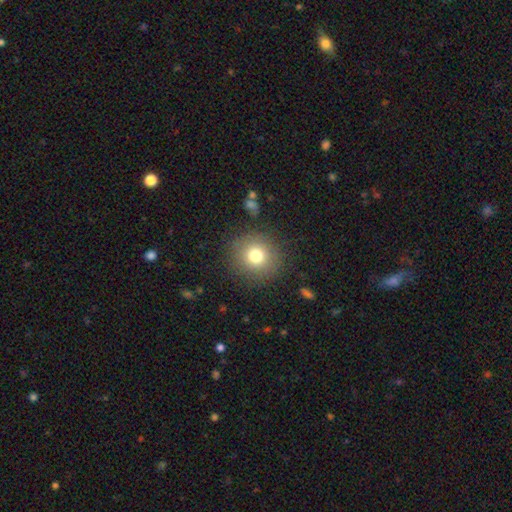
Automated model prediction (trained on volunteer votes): This is likely a smooth galaxy (76%). How rounded: clearly round (92%). Merging: clearly none (87%).